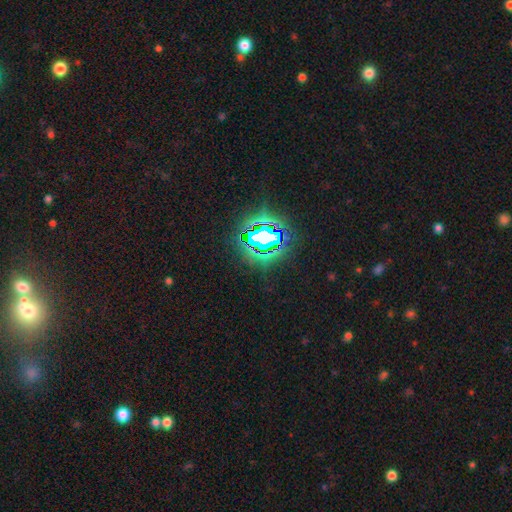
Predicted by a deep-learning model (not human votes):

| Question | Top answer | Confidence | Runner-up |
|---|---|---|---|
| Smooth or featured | star or artifact | 82% | smooth (11%) |